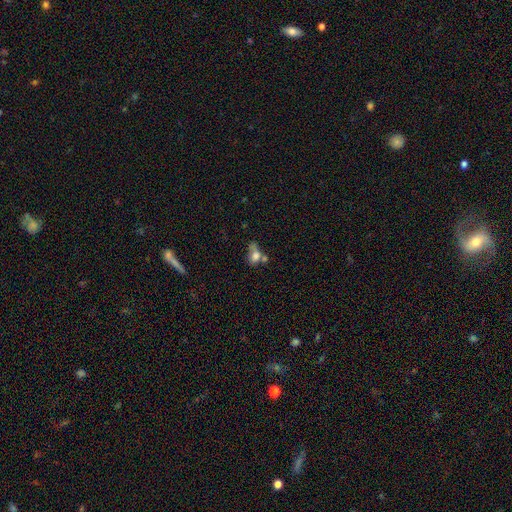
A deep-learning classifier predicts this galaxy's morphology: Q: Smooth or featured?
A: smooth (71%); runner-up: featured or disk (18%)
Q: How rounded?
A: in between (74%); runner-up: round (23%)
Q: Merging?
A: merger (38%); runner-up: none (23%)